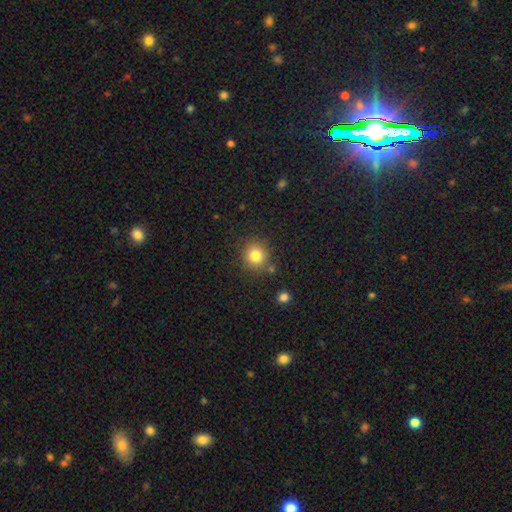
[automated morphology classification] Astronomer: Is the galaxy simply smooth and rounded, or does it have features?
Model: smooth — 82%.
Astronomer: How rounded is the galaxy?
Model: round — 90%.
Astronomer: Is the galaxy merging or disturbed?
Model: none — 83%.